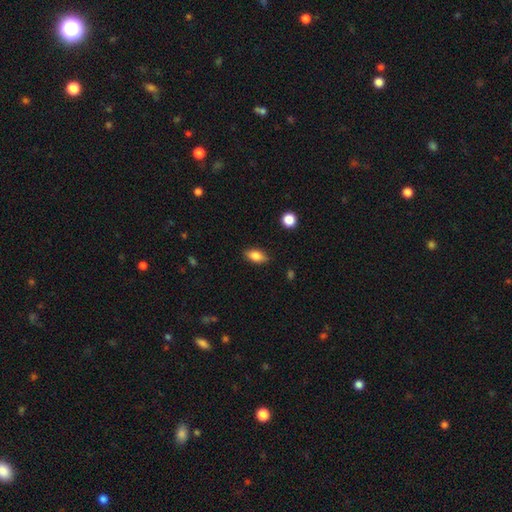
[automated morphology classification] Q: Smooth or featured?
A: smooth (81%); runner-up: featured or disk (11%)
Q: How rounded?
A: in between (87%); runner-up: cigar-shaped (7%)
Q: Merging?
A: none (86%); runner-up: minor disturbance (11%)